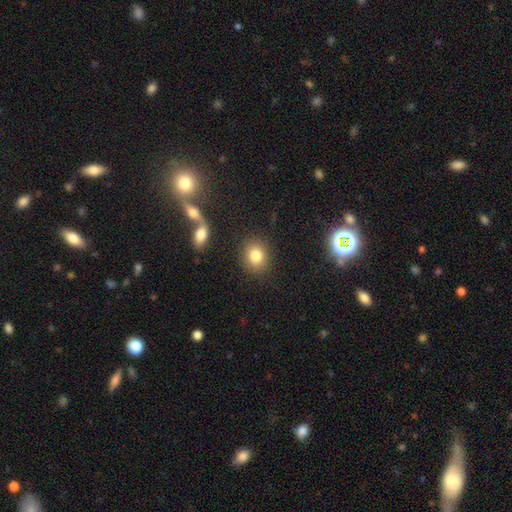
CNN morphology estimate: Overall: smooth (82%). How rounded: round (71%). Merging: none (84%).